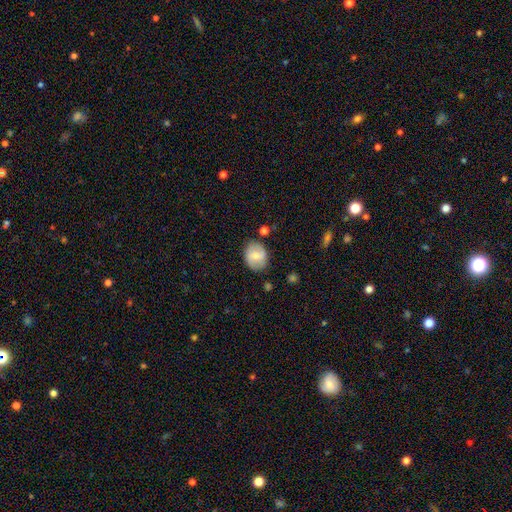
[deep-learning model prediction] Morphology: type=smooth (60%); roundness=round (51%); merging=none (79%).